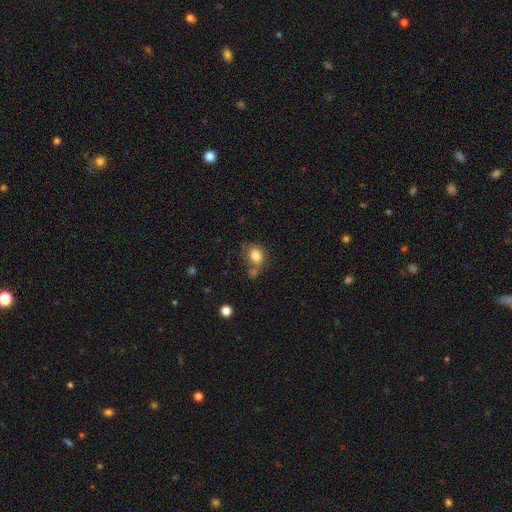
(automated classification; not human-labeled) Smooth or featured: smooth — 82% (star or artifact — 10%)
How rounded: round — 54% (in between — 45%)
Merging: none — 51% (merger — 24%)